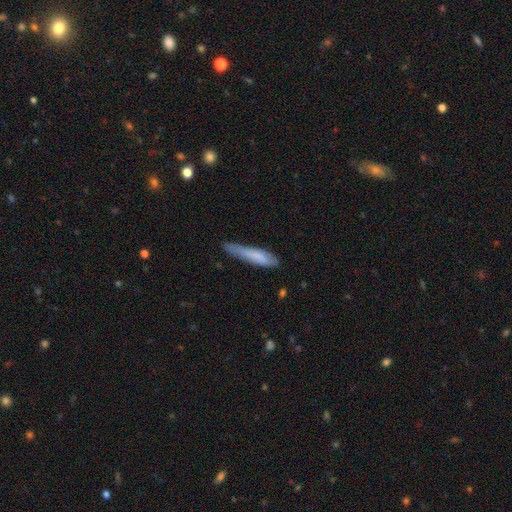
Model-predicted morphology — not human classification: Smooth or featured? smooth (72%)
How rounded? cigar-shaped (88%)
Merging? none (53%)